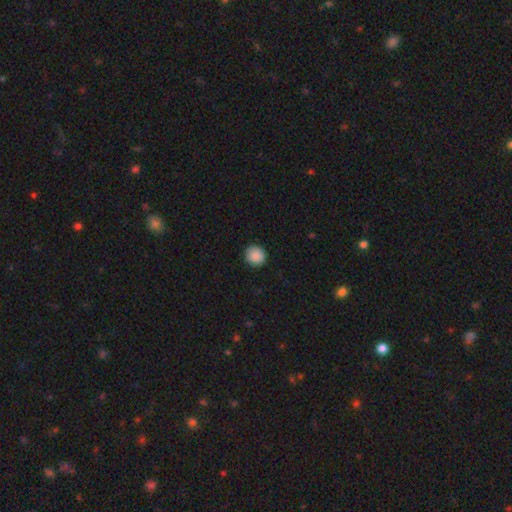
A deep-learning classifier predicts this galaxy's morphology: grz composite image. It shows a smooth galaxy with no disk features (89%) that is round (91%). Merging: none (91%).